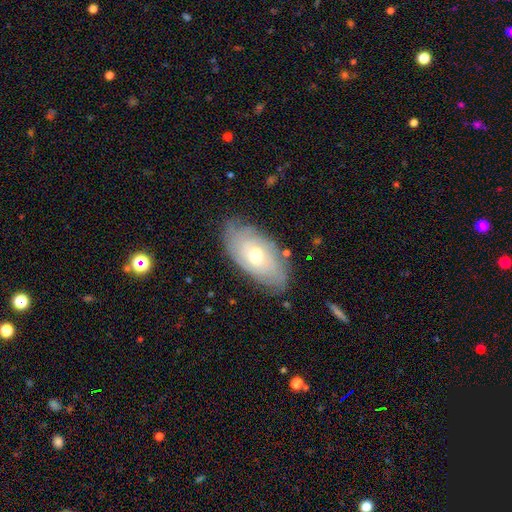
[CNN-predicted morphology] Smooth or featured?
  - featured or disk: 64% *
  - smooth: 29%
  - star or artifact: 7%
Edge-on disk?
  - no: 90% *
  - yes: 10%
Bar?
  - no: 74% *
  - weak: 22%
  - strong: 4%
Spiral arms?
  - yes: 79% *
  - no: 21%
Bulge size?
  - moderate: 65% *
  - small: 29%
  - large: 4%
  - dominant: 1%
  - none: 1%
Merging?
  - none: 76% *
  - minor disturbance: 18%
  - major disturbance: 5%
  - merger: 2%